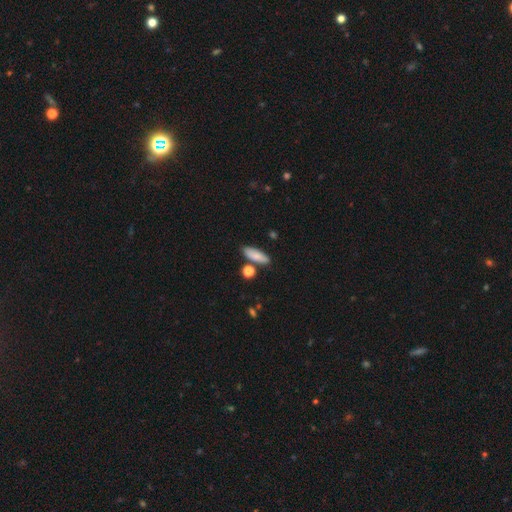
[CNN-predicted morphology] Overall: smooth (82%). How rounded: in between (62%; cigar-shaped 34%). Merging: none (77%).